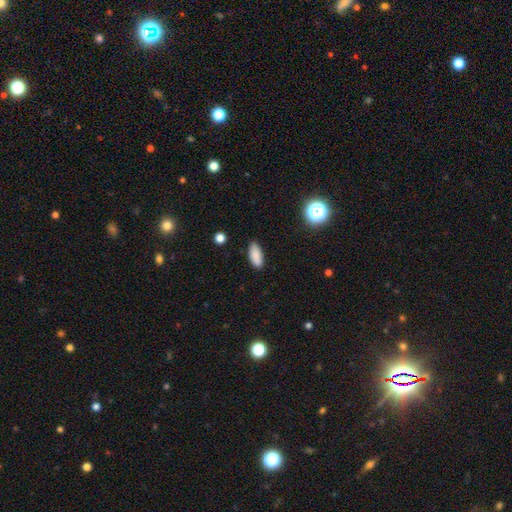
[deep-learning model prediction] A smooth galaxy with no disk features (87%) that is in between round and cigar-shaped (82%). Merging: none (86%).